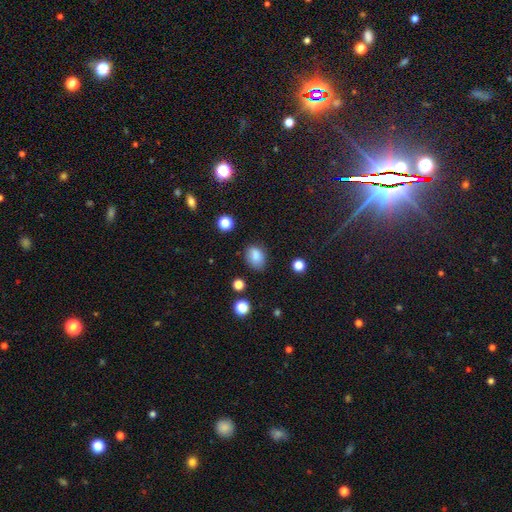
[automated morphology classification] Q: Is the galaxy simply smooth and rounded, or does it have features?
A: smooth — 84%.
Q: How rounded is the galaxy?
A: in between — 71%.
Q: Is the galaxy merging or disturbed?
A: none — 72%.